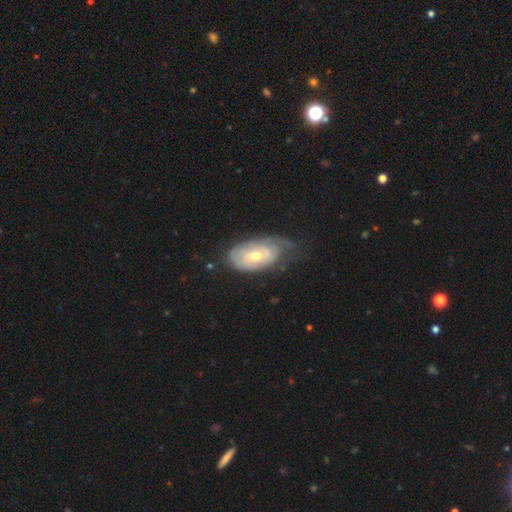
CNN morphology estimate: Smooth or featured: featured or disk — 66% (smooth — 28%)
Edge-on disk: no — 93% (yes — 7%)
Bar: no — 63% (weak — 30%)
Spiral arms: yes — 75% (no — 25%)
Bulge size: moderate — 53% (small — 43%)
Merging: none — 44% (minor disturbance — 33%)